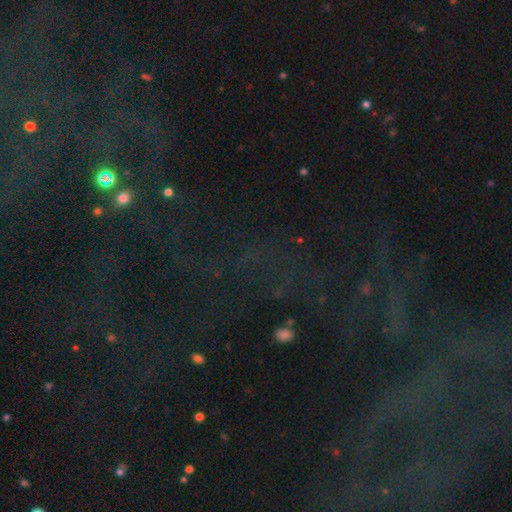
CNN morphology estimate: Smooth or featured: star or artifact — 76% (featured or disk — 13%)